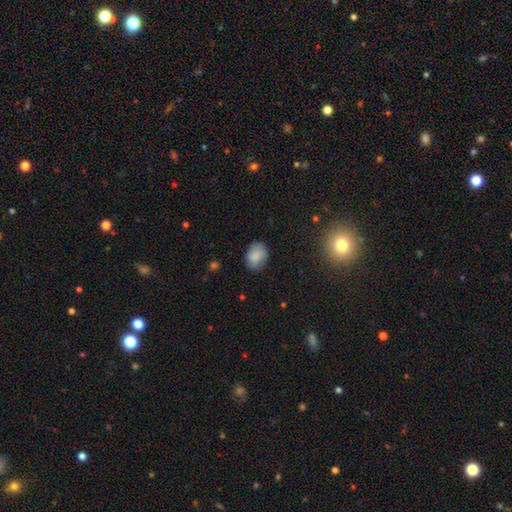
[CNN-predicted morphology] Overall: smooth (85%). How rounded: in between (66%; round 33%). Merging: none (79%).